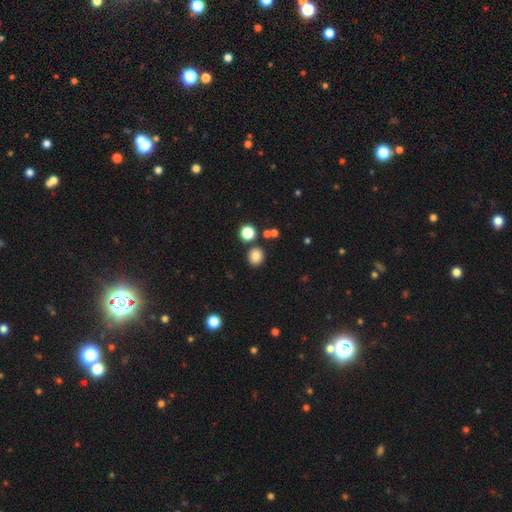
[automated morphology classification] Smooth or featured: smooth — 83% (star or artifact — 12%)
How rounded: round — 80% (in between — 19%)
Merging: none — 82% (minor disturbance — 8%)